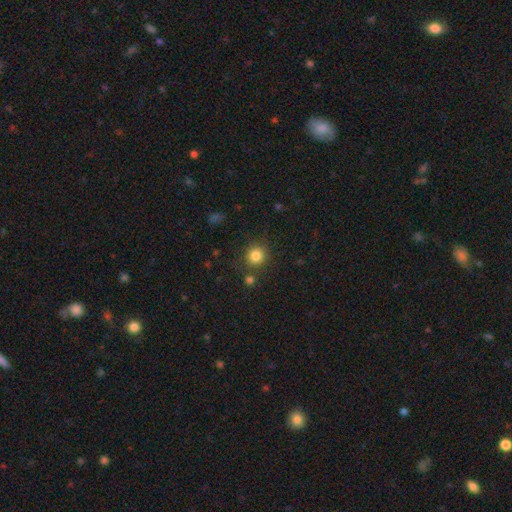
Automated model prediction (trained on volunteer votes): Smooth or featured: smooth — 83% (star or artifact — 12%)
How rounded: round — 89% (in between — 10%)
Merging: none — 83% (minor disturbance — 9%)